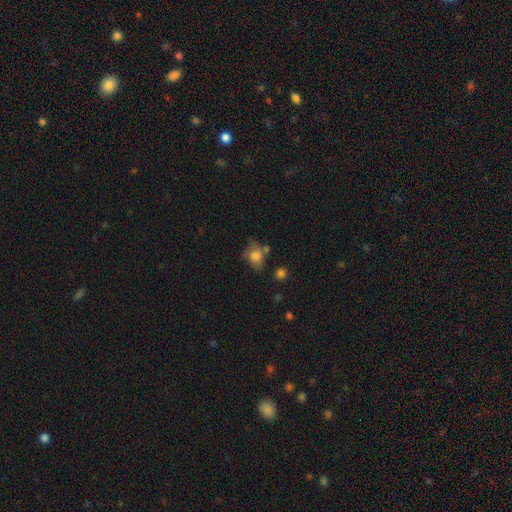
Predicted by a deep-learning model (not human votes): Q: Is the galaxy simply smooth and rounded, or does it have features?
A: smooth — 69%.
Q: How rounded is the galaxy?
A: in between — 52%.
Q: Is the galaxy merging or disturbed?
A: none — 40%.